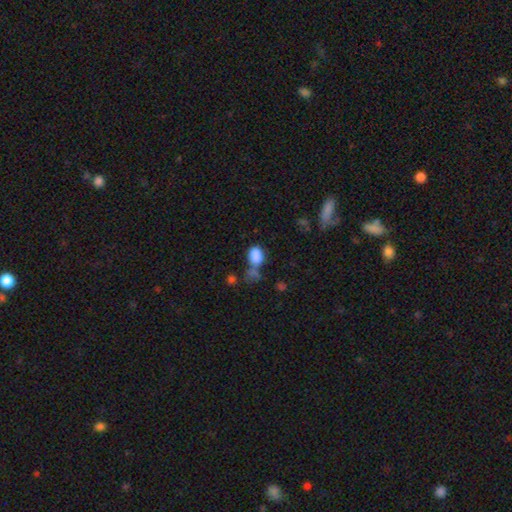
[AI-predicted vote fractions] Smooth or featured?
  - smooth: 83% *
  - star or artifact: 10%
  - featured or disk: 7%
How rounded?
  - in between: 75% *
  - round: 23%
  - cigar-shaped: 2%
Merging?
  - none: 37% *
  - merger: 31%
  - minor disturbance: 19%
  - major disturbance: 13%